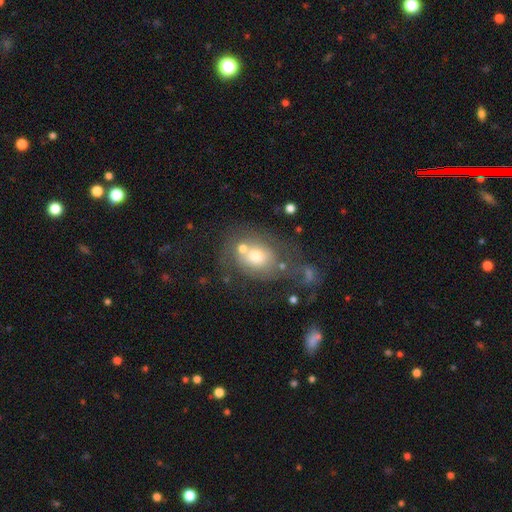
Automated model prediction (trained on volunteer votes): smooth_or_featured: smooth (p=0.57) [alt: featured or disk p=0.31]
how_rounded: round (p=0.56) [alt: in between p=0.43]
merging: none (p=0.39) [alt: merger p=0.24]